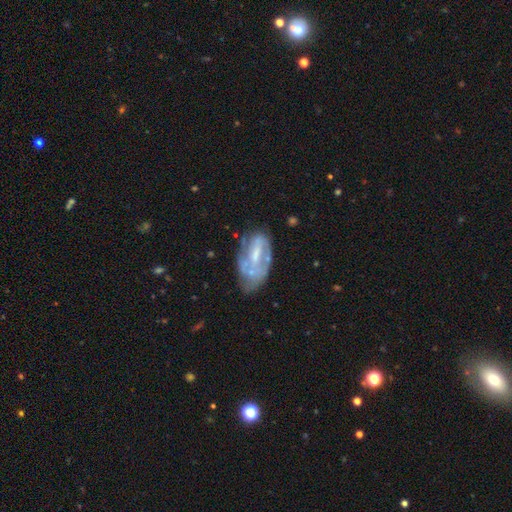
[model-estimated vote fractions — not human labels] Overall: featured or disk (65%; smooth 27%). Edge-on disk: no (94%). Bar: no (43%; weak 38%). Spiral arms: yes (50%, tied with no). Bulge size: small (37%; moderate 34%). Merging: none (44%; minor disturbance 28%).